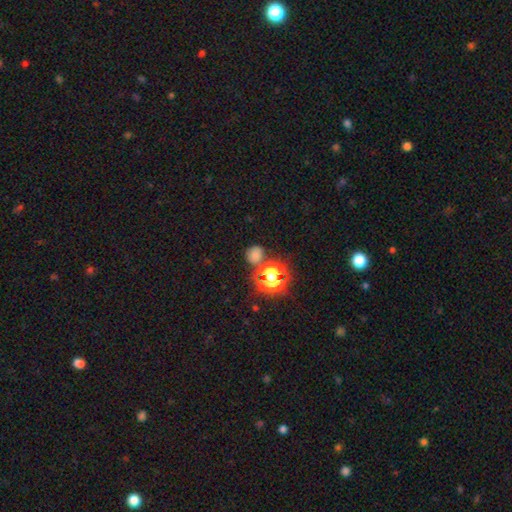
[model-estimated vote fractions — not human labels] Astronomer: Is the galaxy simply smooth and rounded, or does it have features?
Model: smooth — 63%.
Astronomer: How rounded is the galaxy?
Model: round — 79%.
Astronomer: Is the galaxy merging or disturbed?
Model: none — 72%.